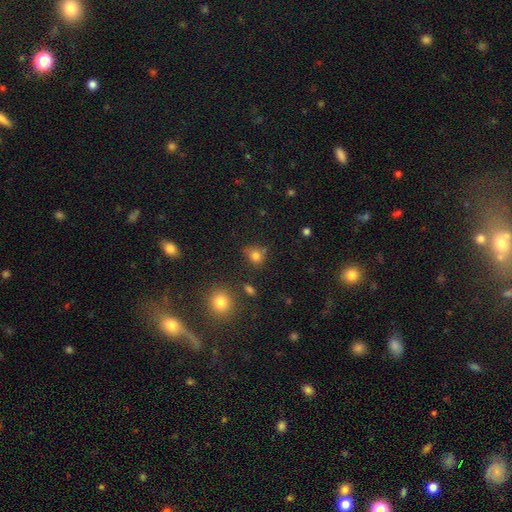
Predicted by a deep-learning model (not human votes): This is likely a smooth galaxy (79%). How rounded: likely round (70%). Merging: likely none (65%).